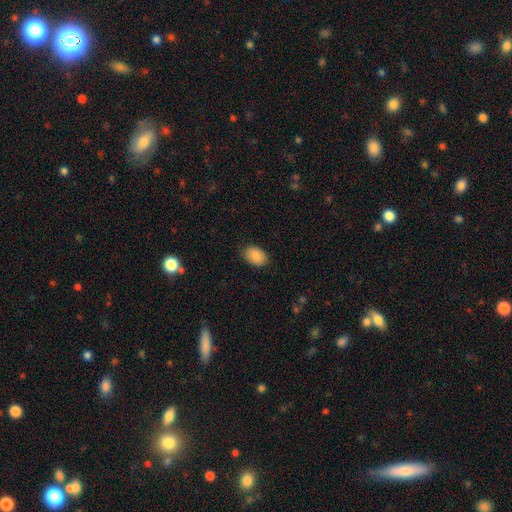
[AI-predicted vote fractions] This is clearly a smooth galaxy (88%). How rounded: clearly in between (86%). Merging: clearly none (85%).